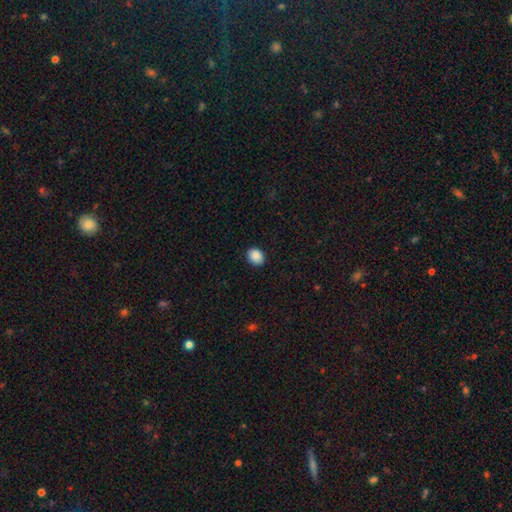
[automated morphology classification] Smooth or featured: smooth — 89% (star or artifact — 8%)
How rounded: in between — 54% (round — 45%)
Merging: none — 89% (minor disturbance — 8%)